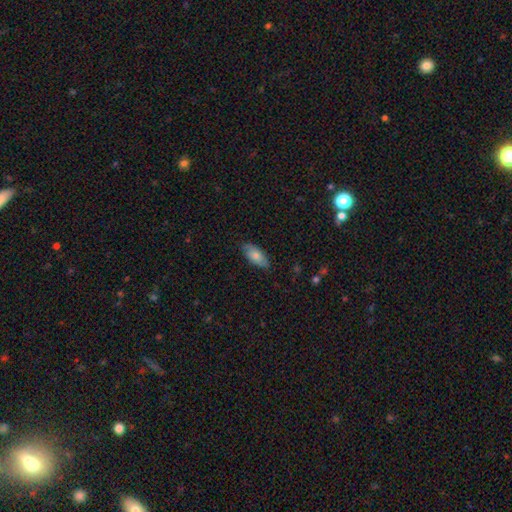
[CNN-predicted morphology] smooth_or_featured: smooth (p=0.73) [alt: featured or disk p=0.21]
how_rounded: in between (p=0.88) [alt: cigar-shaped p=0.10]
merging: none (p=0.80) [alt: minor disturbance p=0.16]